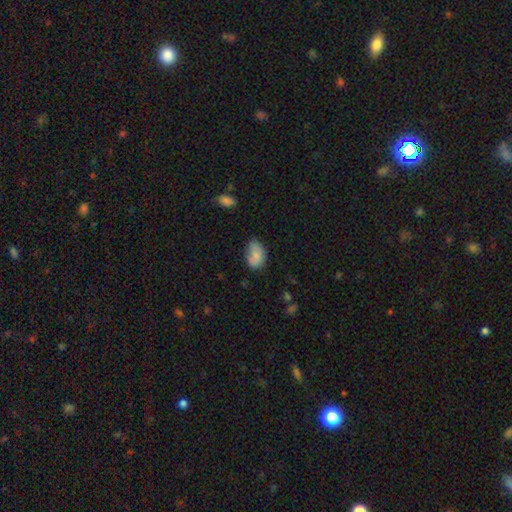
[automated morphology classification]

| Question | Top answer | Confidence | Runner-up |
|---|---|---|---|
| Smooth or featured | smooth | 77% | featured or disk (15%) |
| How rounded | in between | 86% | round (13%) |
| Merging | none | 52% | minor disturbance (33%) |